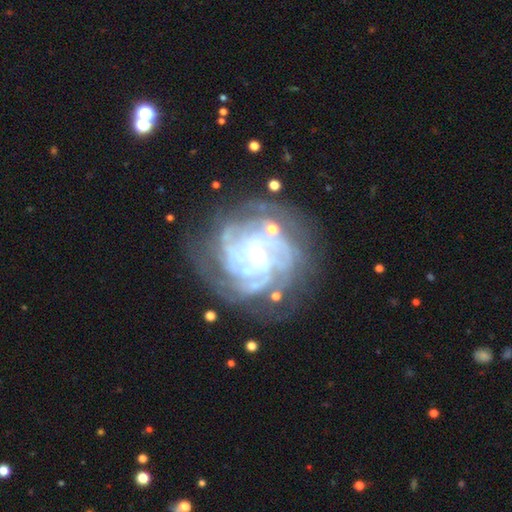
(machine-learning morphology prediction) A featured or disk galaxy (86%) with no bar (74%), 4 (30%) tight (72%) spiral arms (96%) and a small central bulge (80%). Merging: none (66%).